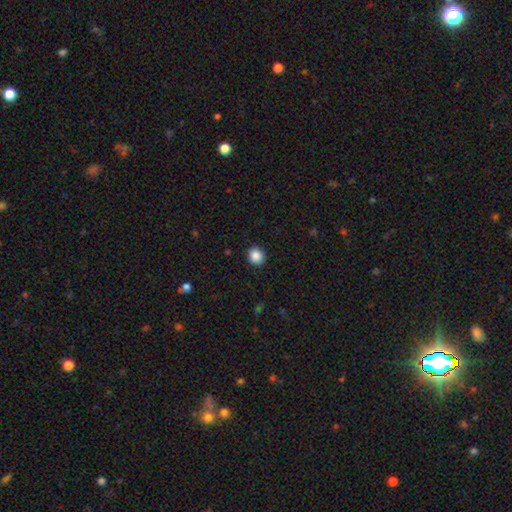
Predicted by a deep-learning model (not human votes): A smooth galaxy with no disk features (88%) that is round (89%). Merging: none (92%).